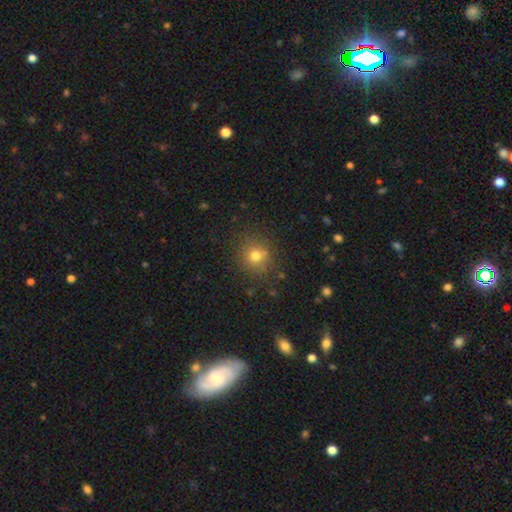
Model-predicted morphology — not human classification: Overall: smooth (73%). How rounded: round (85%). Merging: none (81%).